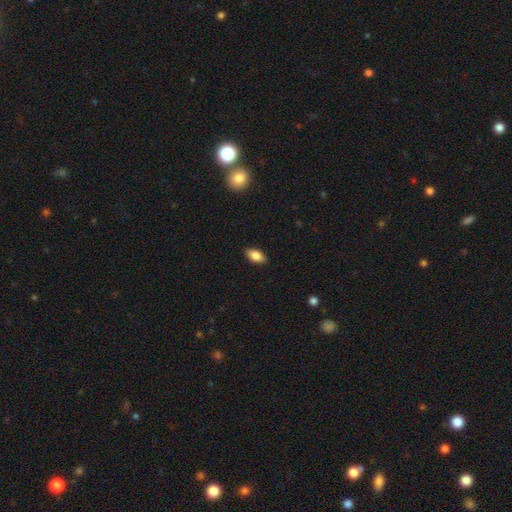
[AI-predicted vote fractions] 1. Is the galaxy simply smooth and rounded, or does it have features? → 85% smooth, 7% featured or disk, 7% star or artifact.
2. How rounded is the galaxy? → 92% in between, 4% round, 4% cigar-shaped.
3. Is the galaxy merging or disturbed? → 88% none, 9% minor disturbance, 2% major disturbance, 1% merger.